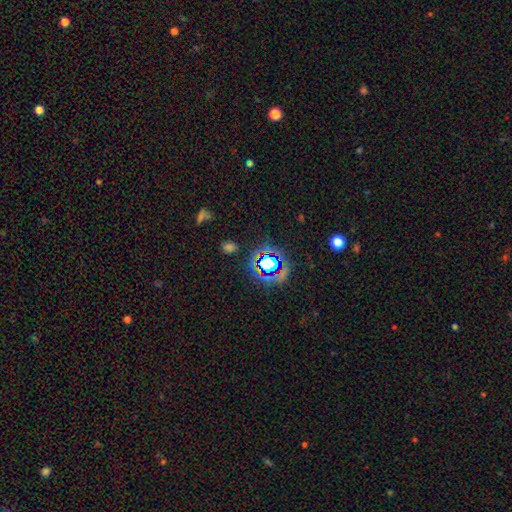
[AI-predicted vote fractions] Smooth or featured? Predicted: star or artifact (p=0.67).